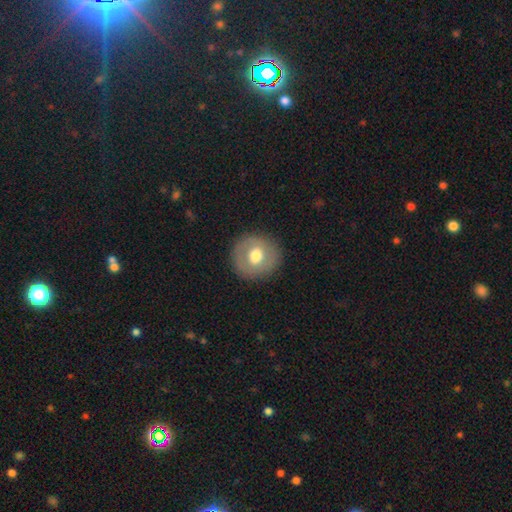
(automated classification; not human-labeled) A smooth galaxy with no disk features (60%) that is round (90%). Merging: none (88%).